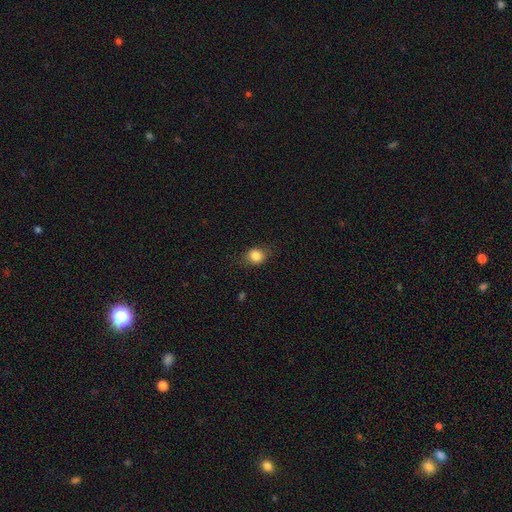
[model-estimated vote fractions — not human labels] Smooth or featured? smooth (83%)
How rounded? round (60%)
Merging? none (79%)